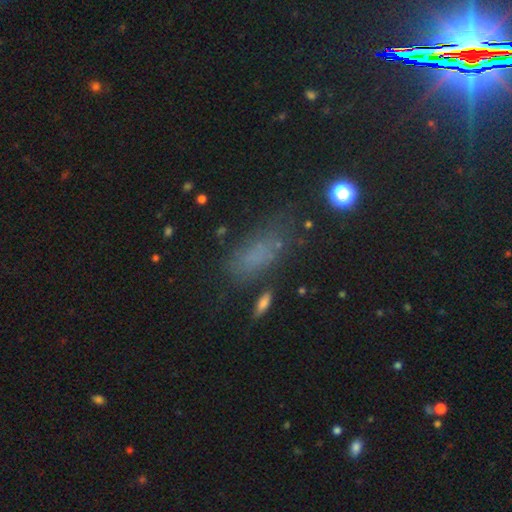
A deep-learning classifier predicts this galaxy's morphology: A smooth galaxy with no disk features (63%) that is in between round and cigar-shaped (73%). Merging: none (54%).